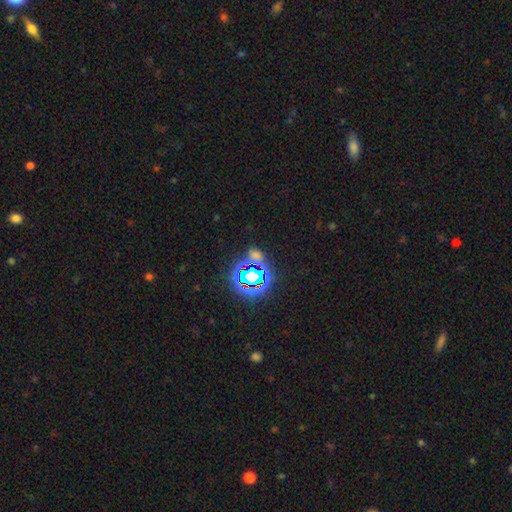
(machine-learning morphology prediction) A star or artifact, not a galaxy (61%).

Vote fractions:
- Smooth or featured? star or artifact: 61% / smooth: 30% / featured or disk: 9%